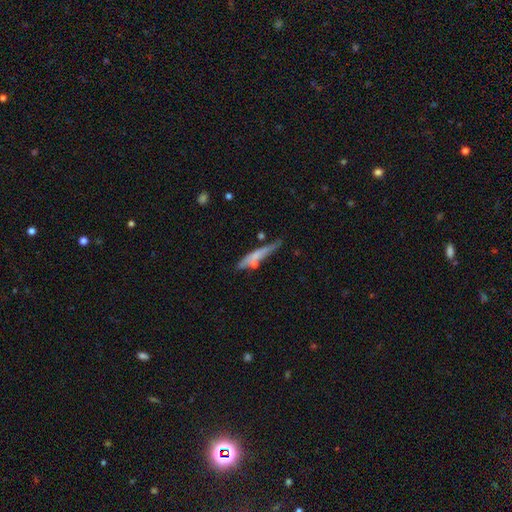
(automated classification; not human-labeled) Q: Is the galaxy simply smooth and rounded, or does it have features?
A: smooth — 57%.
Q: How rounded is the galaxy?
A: cigar-shaped — 90%.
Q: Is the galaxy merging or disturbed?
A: none — 64%.